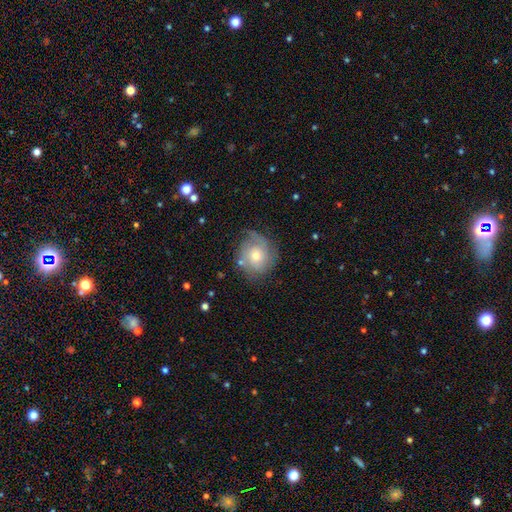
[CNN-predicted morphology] A featured or disk galaxy (59%) with no bar (78%), spiral arms (84%) and a moderate central bulge (59%).

Vote fractions:
- Smooth or featured? featured or disk: 59% / smooth: 33% / star or artifact: 9%
- Edge-on disk? no: 97% / yes: 3%
- Bar? no: 78% / weak: 19% / strong: 3%
- Spiral arms? yes: 84% / no: 16%
- Bulge size? moderate: 59% / small: 33% / large: 5% / none: 2% / dominant: 1%
- Merging? none: 66% / minor disturbance: 21% / major disturbance: 9% / merger: 3%